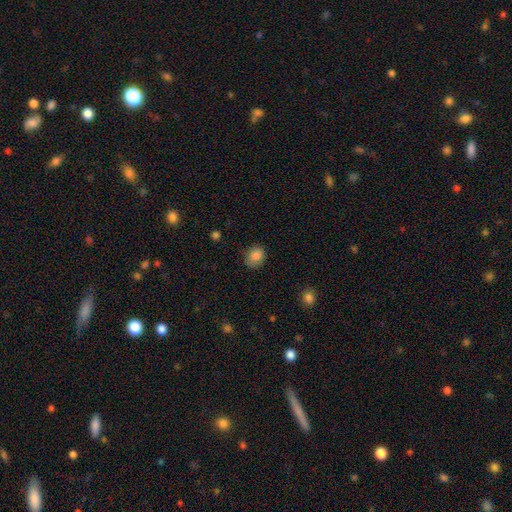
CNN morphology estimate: Smooth or featured? Predicted: smooth (p=0.84). How rounded? Predicted: round (p=0.55). Merging? Predicted: none (p=0.74).